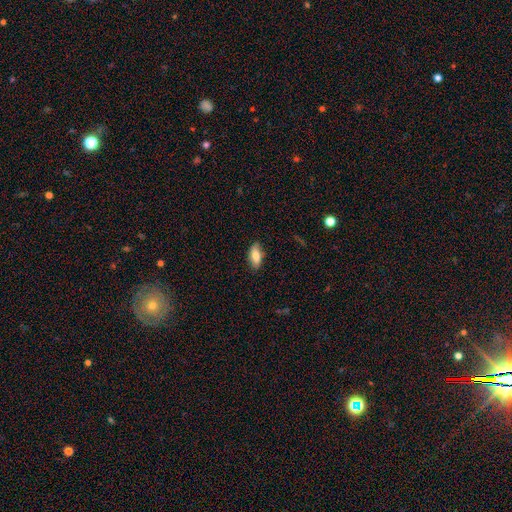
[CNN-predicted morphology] Overall: smooth (77%). How rounded: in between (85%). Merging: none (81%).